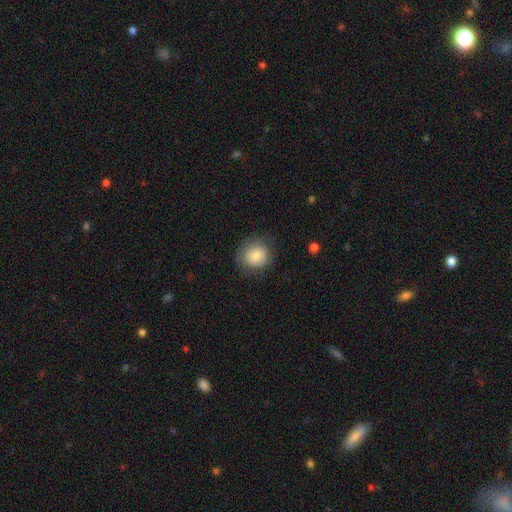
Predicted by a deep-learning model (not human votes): smooth_or_featured: smooth (p=0.82) [alt: featured or disk p=0.11]
how_rounded: round (p=0.78) [alt: in between p=0.21]
merging: none (p=0.74) [alt: minor disturbance p=0.18]